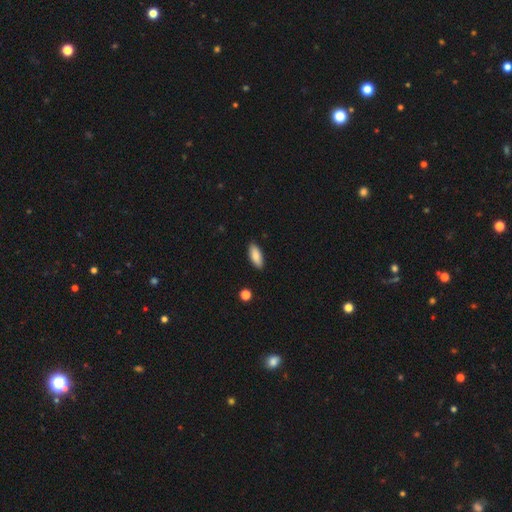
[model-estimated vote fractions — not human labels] This is clearly a smooth galaxy (86%). How rounded: clearly in between (83%). Merging: clearly none (88%).